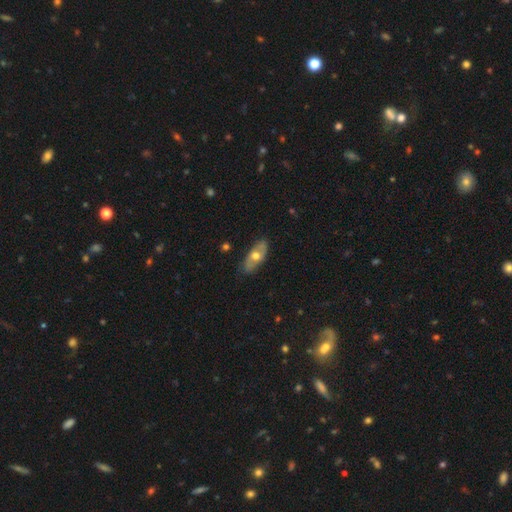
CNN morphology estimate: smooth-or-featured: smooth: 47% (tied) | featured or disk: 47% (tied) | star or artifact: 6%
  merging: none: 81% | minor disturbance: 15% | major disturbance: 3% | merger: 1%